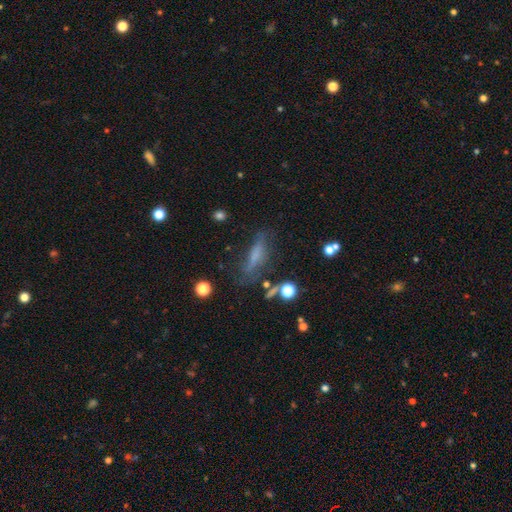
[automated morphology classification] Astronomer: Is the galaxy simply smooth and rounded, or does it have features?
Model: smooth — 48% (runner-up: featured or disk, 35%).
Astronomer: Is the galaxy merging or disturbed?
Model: none — 57%.